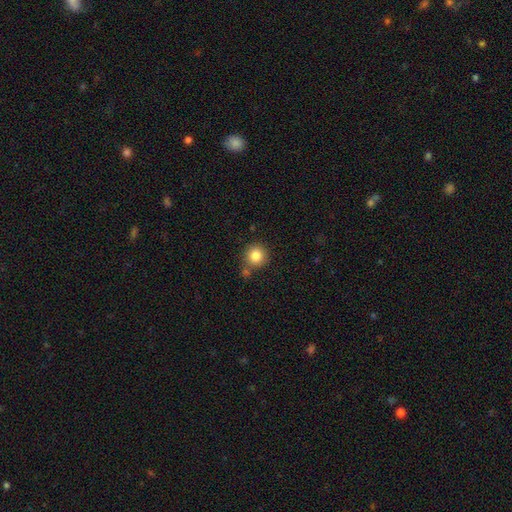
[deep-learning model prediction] A smooth galaxy with no disk features (84%) that is round (92%). Merging: none (73%).